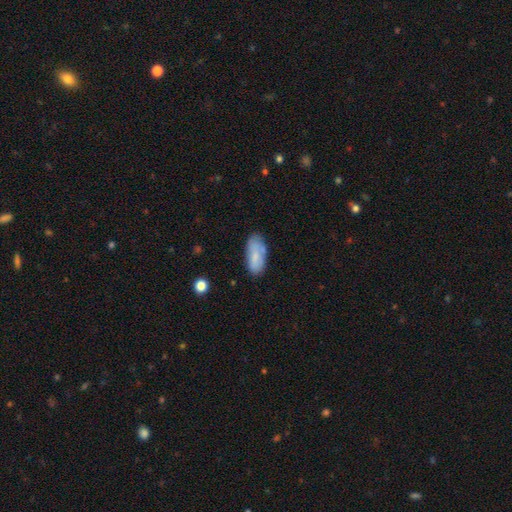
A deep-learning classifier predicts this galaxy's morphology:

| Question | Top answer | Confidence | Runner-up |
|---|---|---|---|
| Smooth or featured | smooth | 78% | featured or disk (16%) |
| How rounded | in between | 89% | cigar-shaped (9%) |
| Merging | none | 69% | minor disturbance (23%) |